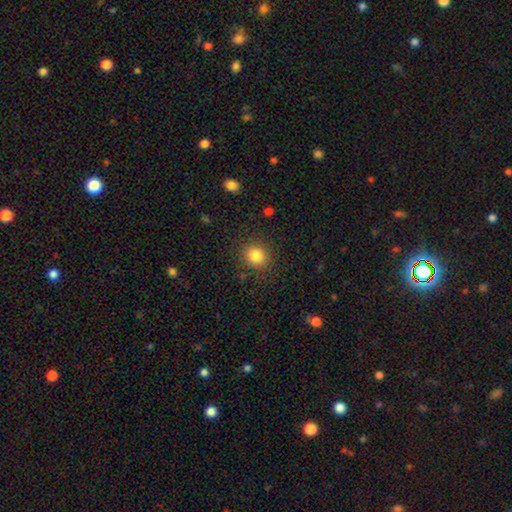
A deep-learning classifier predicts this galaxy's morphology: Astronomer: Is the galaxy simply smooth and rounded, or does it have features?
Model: smooth — 83%.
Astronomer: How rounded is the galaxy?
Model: round — 77%.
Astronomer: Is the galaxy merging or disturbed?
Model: none — 86%.